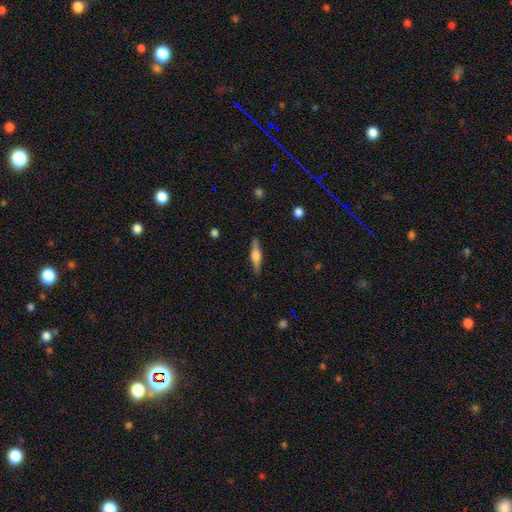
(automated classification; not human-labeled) featured or disk 62%, smooth 32%, star or artifact 6%. Down the decision tree: edge-on disk — yes (97%); edge-on bulge — rounded (85%); merging — none (89%).